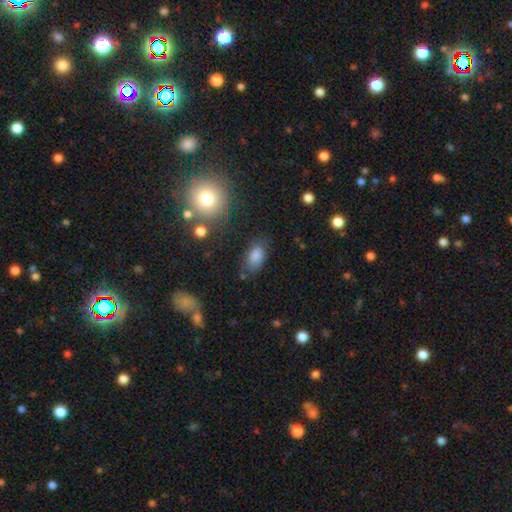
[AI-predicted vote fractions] Morphology: type=smooth (80%); roundness=in between (89%); merging=none (68%).